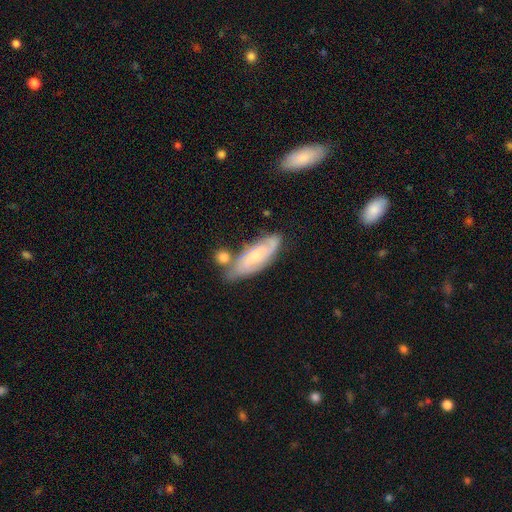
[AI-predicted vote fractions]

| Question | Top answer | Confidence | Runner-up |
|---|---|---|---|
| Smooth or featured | featured or disk | 60% | smooth (33%) |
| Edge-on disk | no | 84% | yes (16%) |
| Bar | no | 59% | weak (33%) |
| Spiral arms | yes | 84% | no (16%) |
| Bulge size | small | 51% | moderate (43%) |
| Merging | none | 61% | minor disturbance (20%) |